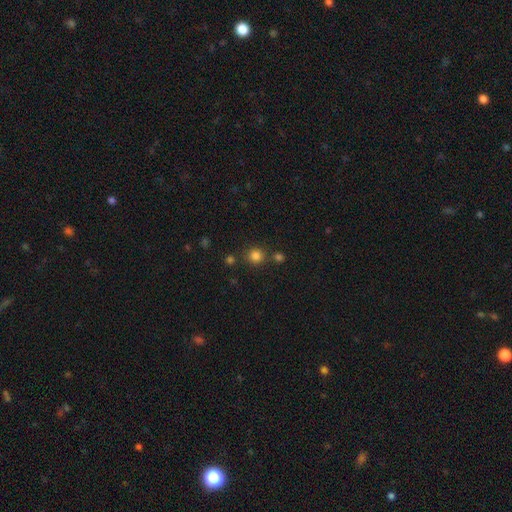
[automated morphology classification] A smooth galaxy with no disk features (81%) that is round (87%).

Vote fractions:
- Smooth or featured? smooth: 81% / star or artifact: 15% / featured or disk: 4%
- How rounded? round: 87% / in between: 12% / cigar-shaped: 1%
- Merging? none: 79% / merger: 10% / minor disturbance: 8% / major disturbance: 3%